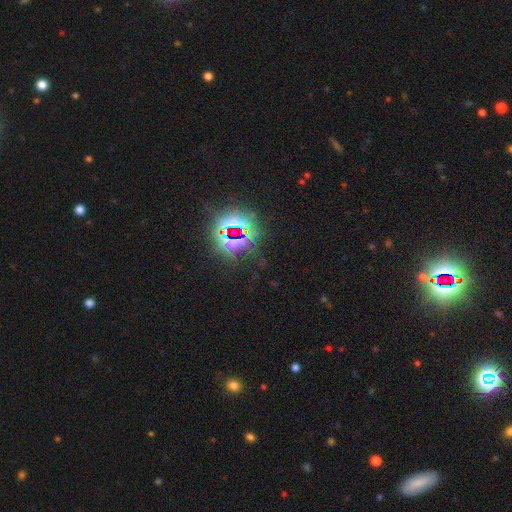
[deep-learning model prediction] Overall: star or artifact (83%).